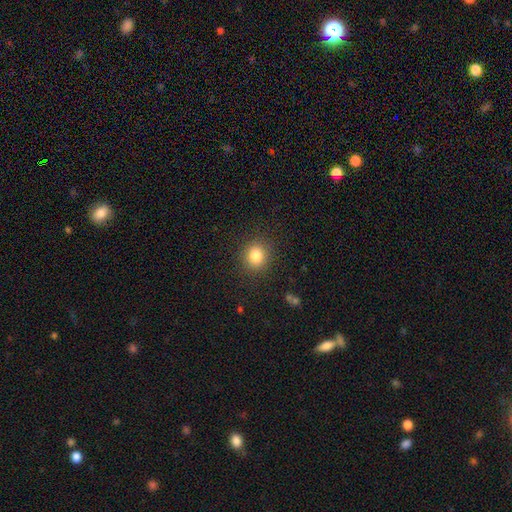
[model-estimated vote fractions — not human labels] A smooth galaxy with no disk features (83%) that is round (76%). Merging: none (88%).